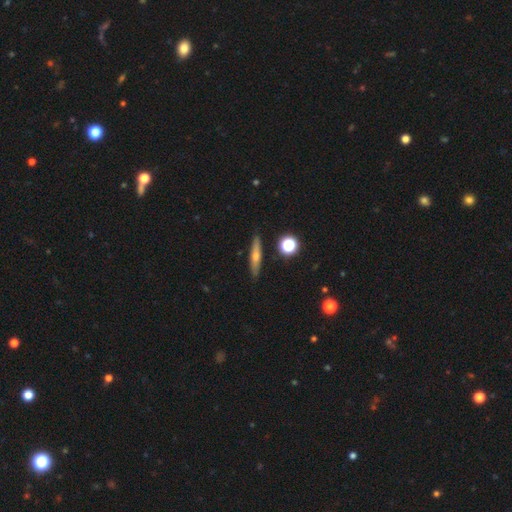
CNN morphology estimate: This appears to be a smooth galaxy with no disk features (48%). Merging: none (88%).